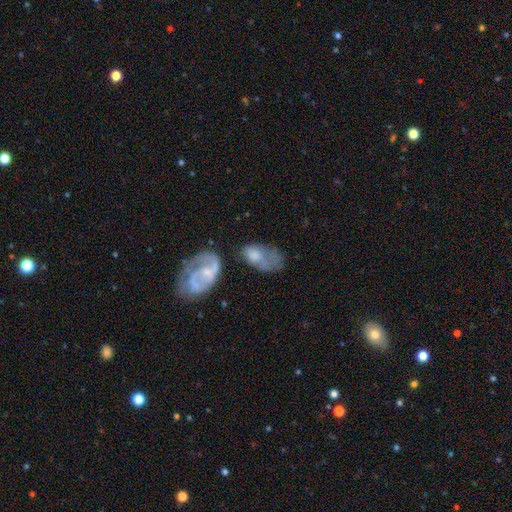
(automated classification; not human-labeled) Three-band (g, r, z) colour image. It shows a smooth galaxy with no disk features (55%) that is in between round and cigar-shaped (90%). Merging: major disturbance (32%).